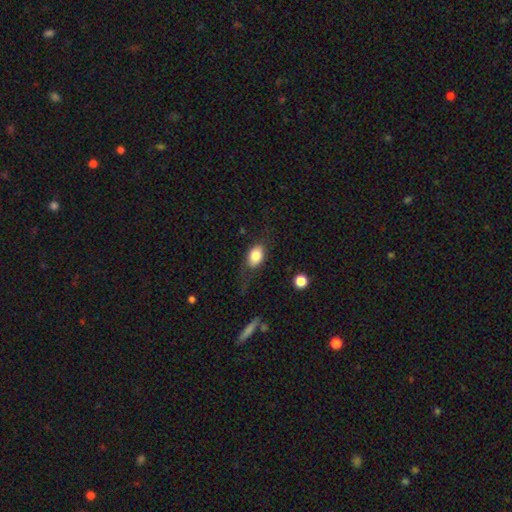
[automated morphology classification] Q: Smooth or featured?
A: smooth (80%); runner-up: featured or disk (13%)
Q: How rounded?
A: in between (84%); runner-up: round (14%)
Q: Merging?
A: none (66%); runner-up: minor disturbance (19%)